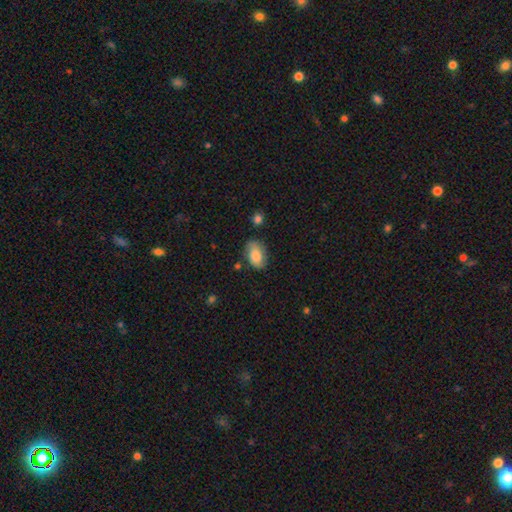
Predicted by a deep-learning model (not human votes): smooth_or_featured: smooth (p=0.69) [alt: featured or disk p=0.23]
how_rounded: in between (p=0.89) [alt: round p=0.10]
merging: none (p=0.70) [alt: minor disturbance p=0.22]